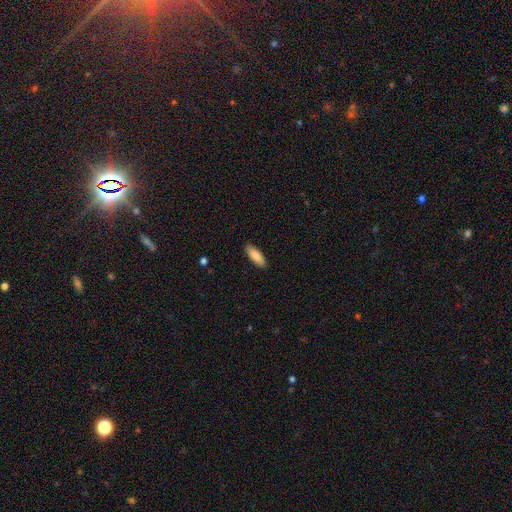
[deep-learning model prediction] A smooth galaxy with no disk features (86%) that is in between round and cigar-shaped (65%). Merging: none (90%).